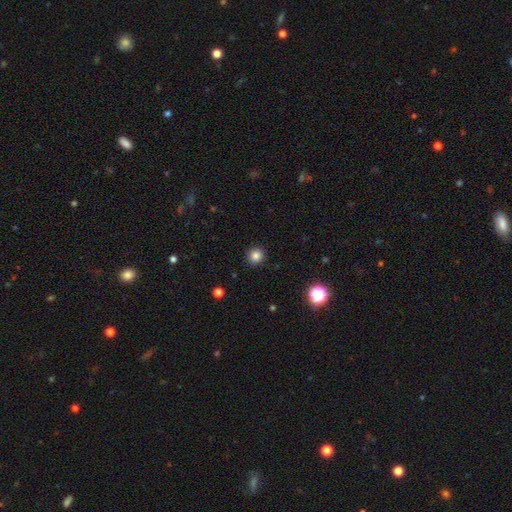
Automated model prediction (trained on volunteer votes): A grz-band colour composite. It shows a smooth galaxy with no disk features (83%) that is round (92%). Merging: none (92%).